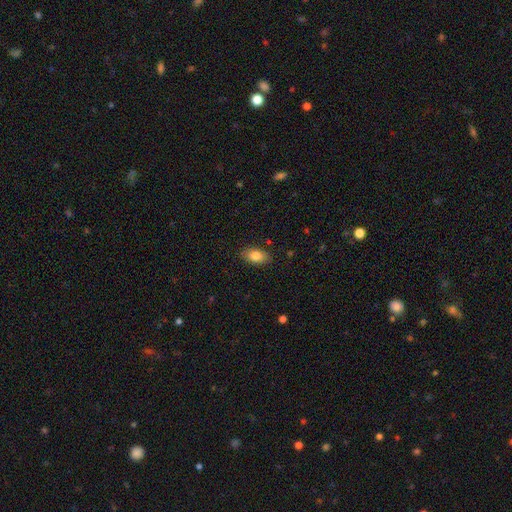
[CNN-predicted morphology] smooth-or-featured: smooth: 83% | featured or disk: 10% | star or artifact: 7%
  how-rounded: in between: 91% | round: 7% | cigar-shaped: 2%
  merging: none: 86% | minor disturbance: 11% | major disturbance: 2% | merger: 1%